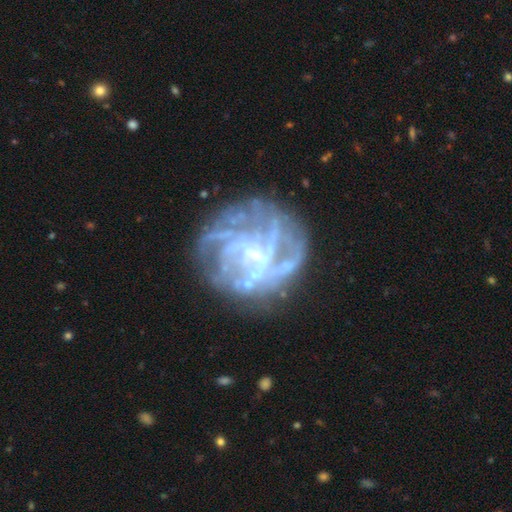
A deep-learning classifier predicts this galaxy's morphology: smooth_or_featured: featured or disk (p=0.82) [alt: star or artifact p=0.09]
disk_edge_on: no (p=0.98) [alt: yes p=0.02]
bar: weak (p=0.47) [alt: no p=0.36]
has_spiral_arms: yes (p=0.81) [alt: no p=0.19]
spiral_winding: tight (p=0.40) [alt: medium p=0.39]
spiral_arm_count: can't tell (p=0.36) [alt: 4 p=0.19]
bulge_size: small (p=0.65) [alt: none p=0.21]
merging: none (p=0.62) [alt: major disturbance p=0.17]